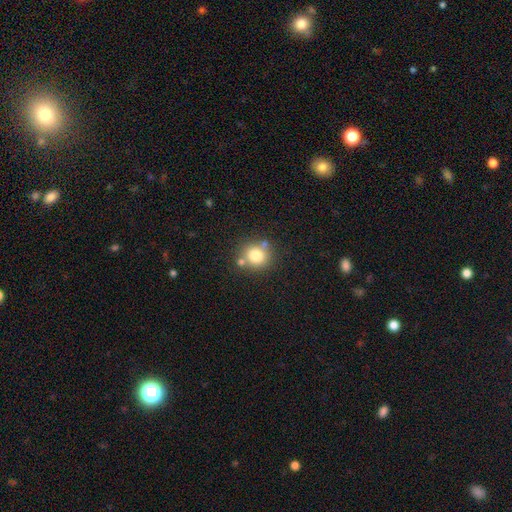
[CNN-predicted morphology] smooth_or_featured: smooth (p=0.78) [alt: star or artifact p=0.12]
how_rounded: round (p=0.85) [alt: in between p=0.14]
merging: none (p=0.70) [alt: merger p=0.15]